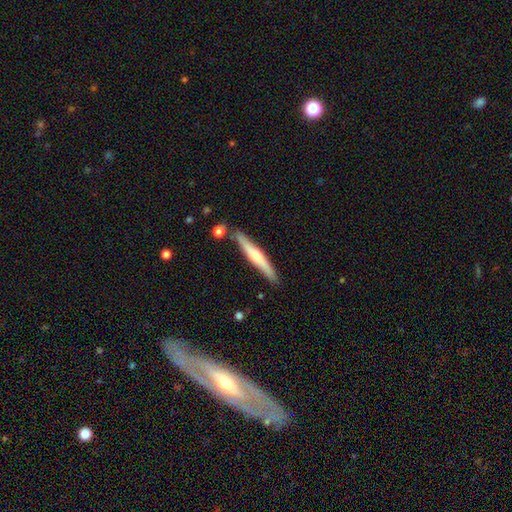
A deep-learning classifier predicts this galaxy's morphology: Q: Smooth or featured?
A: featured or disk (49%); runner-up: smooth (46%)
Q: Merging?
A: none (82%); runner-up: minor disturbance (11%)